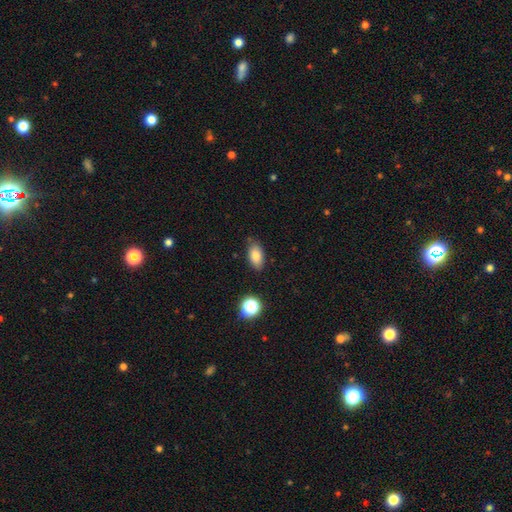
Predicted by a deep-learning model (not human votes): This is clearly a smooth galaxy (83%). How rounded: clearly in between (90%). Merging: likely none (80%).